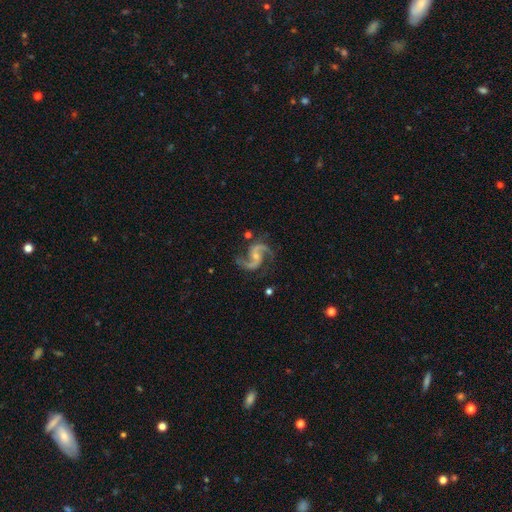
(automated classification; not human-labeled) The model was most divided on "spiral winding": medium: 51%, loose: 41%, tight: 8%. More confident: spiral arms — yes (98%); edge-on disk — no (98%); spiral arm count — 2 (94%); smooth or featured — featured or disk (93%); merging — none (76%); bulge size — small (62%); bar — no (54%).